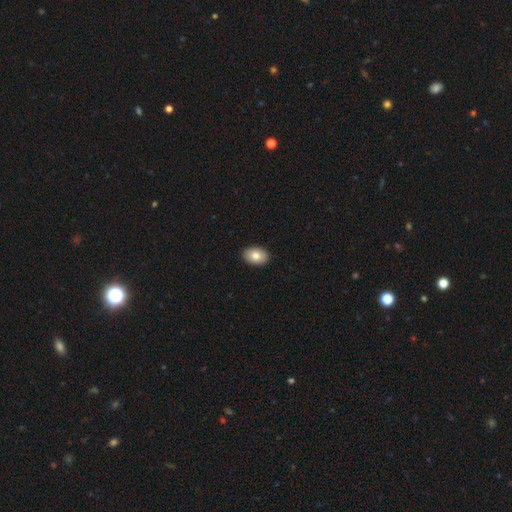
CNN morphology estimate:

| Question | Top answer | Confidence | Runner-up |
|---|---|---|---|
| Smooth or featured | smooth | 83% | featured or disk (10%) |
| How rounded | in between | 84% | round (15%) |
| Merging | none | 91% | minor disturbance (6%) |